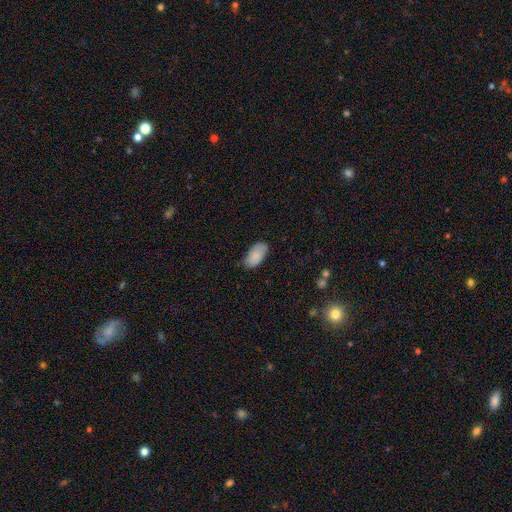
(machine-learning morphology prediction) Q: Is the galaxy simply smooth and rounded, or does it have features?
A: smooth — 84%.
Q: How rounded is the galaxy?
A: in between — 95%.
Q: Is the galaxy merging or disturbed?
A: none — 69%.